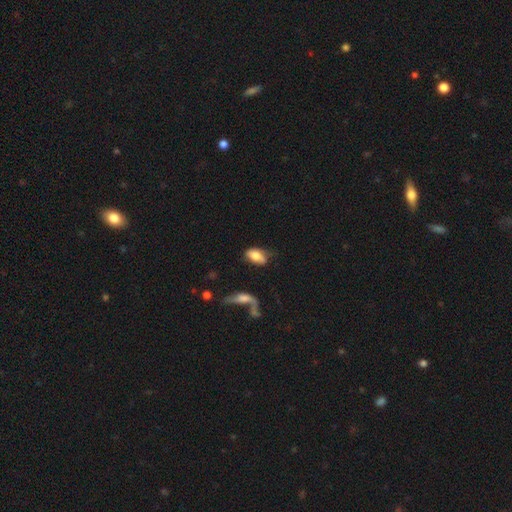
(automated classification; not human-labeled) A smooth galaxy with no disk features (69%) that is in between round and cigar-shaped (90%).

Vote fractions:
- Smooth or featured? smooth: 69% / featured or disk: 23% / star or artifact: 8%
- How rounded? in between: 90% / round: 6% / cigar-shaped: 3%
- Merging? none: 39% / minor disturbance: 30% / major disturbance: 21% / merger: 10%